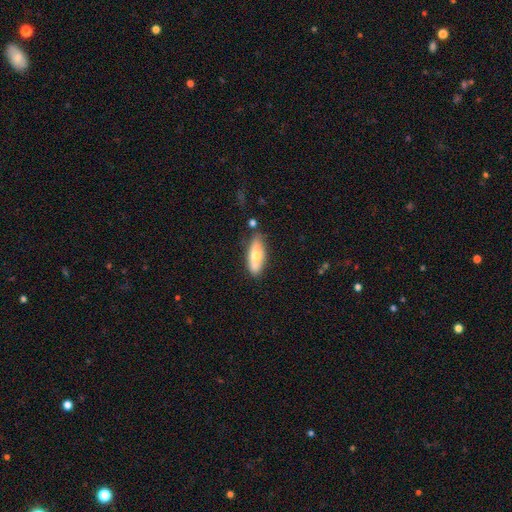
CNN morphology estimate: Smooth or featured?
  - smooth: 62% *
  - featured or disk: 32%
  - star or artifact: 6%
How rounded?
  - in between: 72% *
  - cigar-shaped: 26%
  - round: 2%
Merging?
  - none: 68% *
  - minor disturbance: 20%
  - merger: 7%
  - major disturbance: 4%